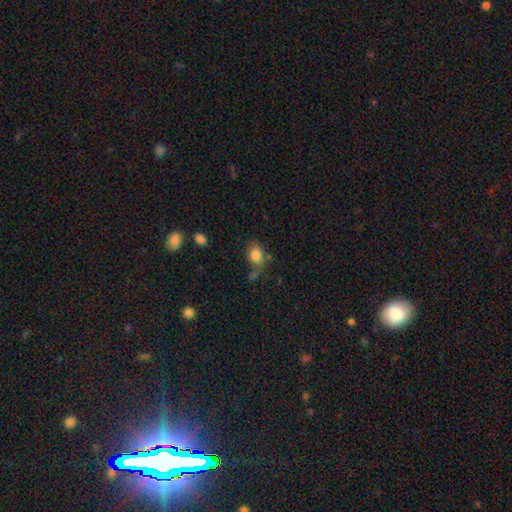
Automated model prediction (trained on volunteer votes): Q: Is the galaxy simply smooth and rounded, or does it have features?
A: smooth — 80%.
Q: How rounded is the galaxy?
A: in between — 68%.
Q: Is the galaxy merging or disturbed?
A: none — 49%.